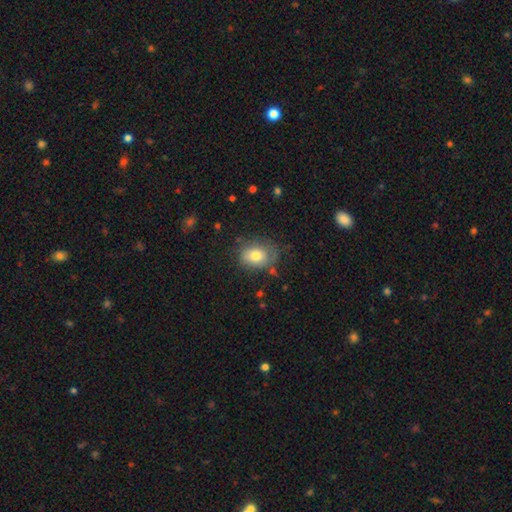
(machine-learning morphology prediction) Smooth or featured? smooth (76%)
How rounded? in between (61%)
Merging? none (65%)